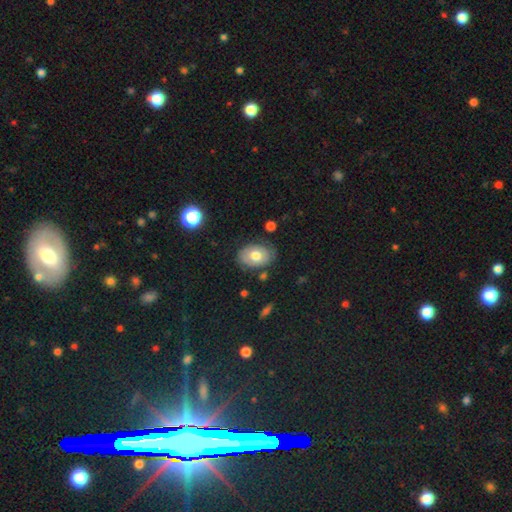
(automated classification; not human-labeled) smooth 56%, featured or disk 36%, star or artifact 8%. Down the decision tree: how rounded — in between (79%); merging — none (75%).